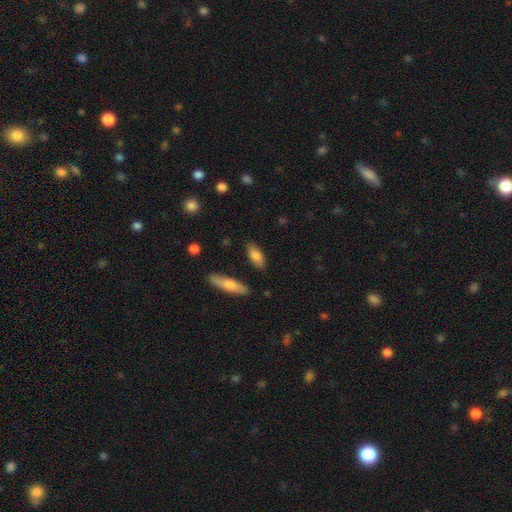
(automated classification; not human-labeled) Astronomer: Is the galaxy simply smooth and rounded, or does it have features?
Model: smooth — 78%.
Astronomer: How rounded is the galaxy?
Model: in between — 75%.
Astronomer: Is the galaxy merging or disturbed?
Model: none — 84%.